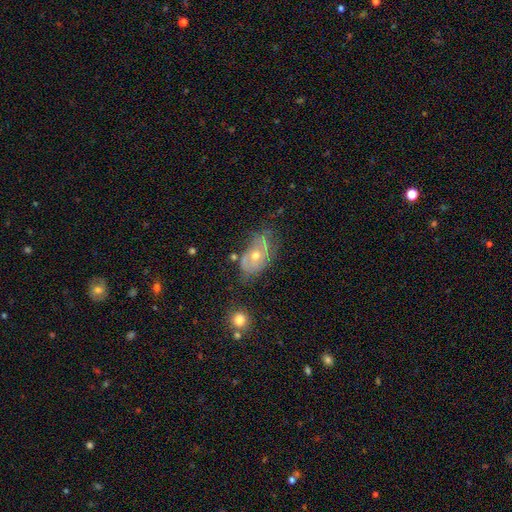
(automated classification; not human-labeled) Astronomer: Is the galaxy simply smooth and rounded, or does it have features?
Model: featured or disk — 69%.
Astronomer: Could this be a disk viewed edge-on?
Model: no — 94%.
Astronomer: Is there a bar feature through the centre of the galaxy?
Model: no — 78%.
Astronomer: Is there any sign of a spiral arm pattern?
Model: yes — 70%.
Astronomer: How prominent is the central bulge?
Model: moderate — 67%.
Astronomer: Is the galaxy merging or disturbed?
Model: none — 49% (runner-up: minor disturbance, 31%).